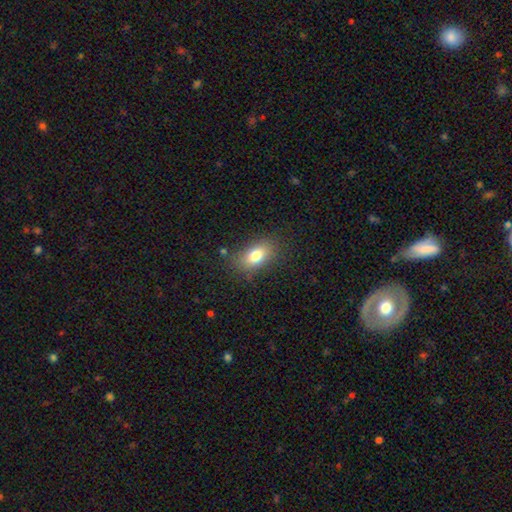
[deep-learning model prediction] This appears to be a smooth galaxy with no disk features (77%) that is in between round and cigar-shaped (84%). Merging: none (79%).